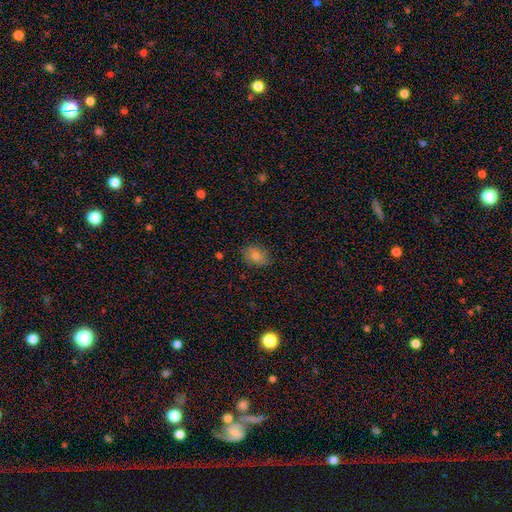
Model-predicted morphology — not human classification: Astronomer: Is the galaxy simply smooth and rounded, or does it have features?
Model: smooth — 74%.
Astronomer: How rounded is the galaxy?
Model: in between — 51% (runner-up: round, 48%).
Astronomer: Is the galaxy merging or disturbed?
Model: none — 76%.